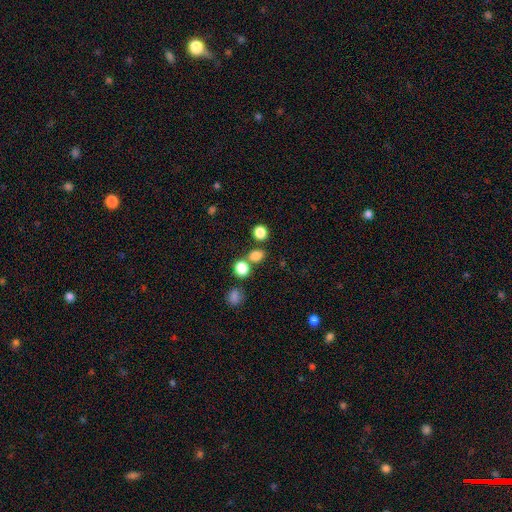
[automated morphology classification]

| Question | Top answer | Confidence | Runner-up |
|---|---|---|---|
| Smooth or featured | smooth | 80% | star or artifact (15%) |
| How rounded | round | 67% | in between (31%) |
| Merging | none | 67% | merger (21%) |